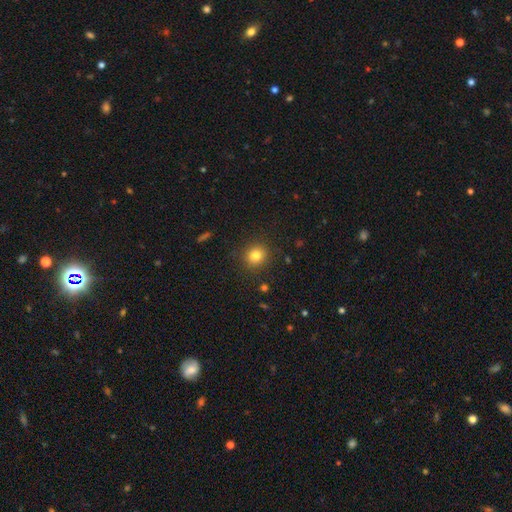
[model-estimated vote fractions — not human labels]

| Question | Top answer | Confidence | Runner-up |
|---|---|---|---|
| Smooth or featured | smooth | 81% | star or artifact (12%) |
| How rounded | round | 84% | in between (15%) |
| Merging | none | 89% | minor disturbance (7%) |